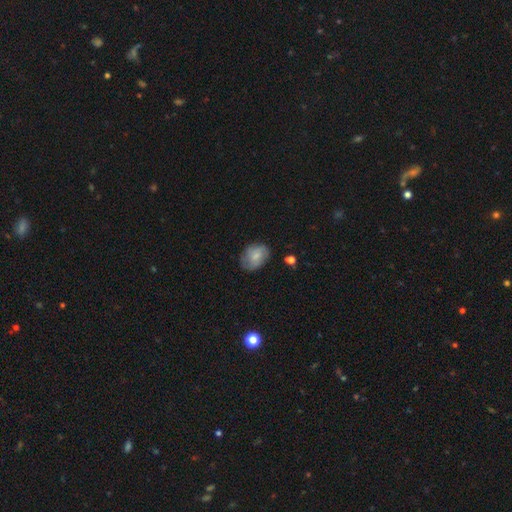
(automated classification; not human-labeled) Overall: smooth (70%). How rounded: in between (69%; round 29%). Merging: none (67%).